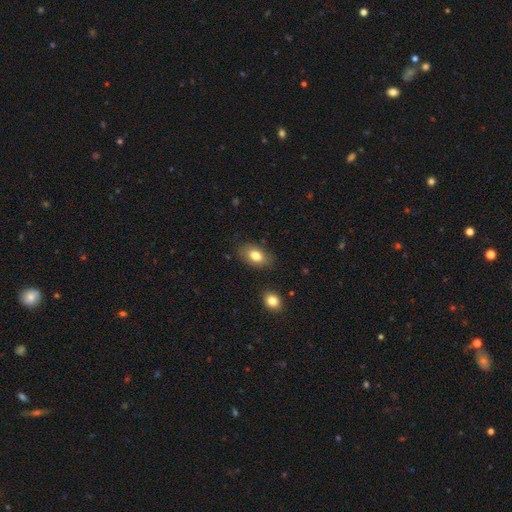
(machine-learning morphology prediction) A smooth galaxy with no disk features (79%) that is in between round and cigar-shaped (89%).

Vote fractions:
- Smooth or featured? smooth: 79% / featured or disk: 13% / star or artifact: 8%
- How rounded? in between: 89% / round: 9% / cigar-shaped: 2%
- Merging? none: 83% / minor disturbance: 12% / major disturbance: 3% / merger: 2%